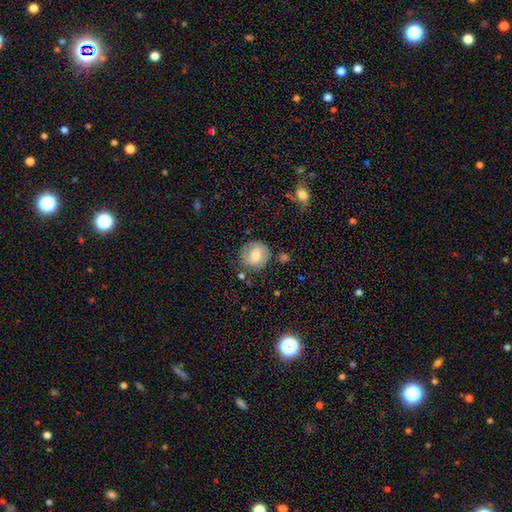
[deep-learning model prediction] Q: Smooth or featured?
A: smooth (67%); runner-up: featured or disk (25%)
Q: How rounded?
A: round (86%); runner-up: in between (13%)
Q: Merging?
A: none (75%); runner-up: minor disturbance (16%)